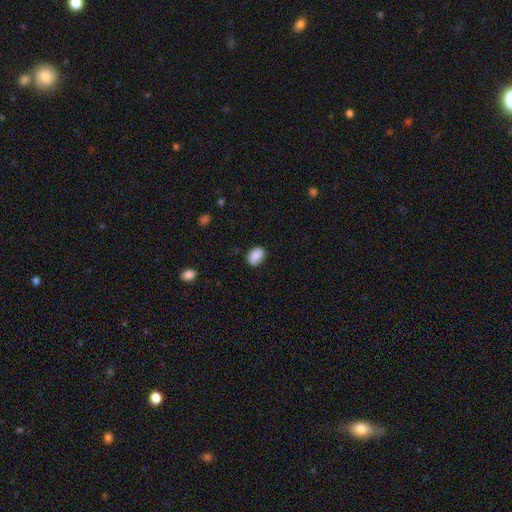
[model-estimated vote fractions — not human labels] Q: Smooth or featured?
A: smooth (88%); runner-up: star or artifact (7%)
Q: How rounded?
A: in between (81%); runner-up: round (18%)
Q: Merging?
A: none (85%); runner-up: minor disturbance (11%)